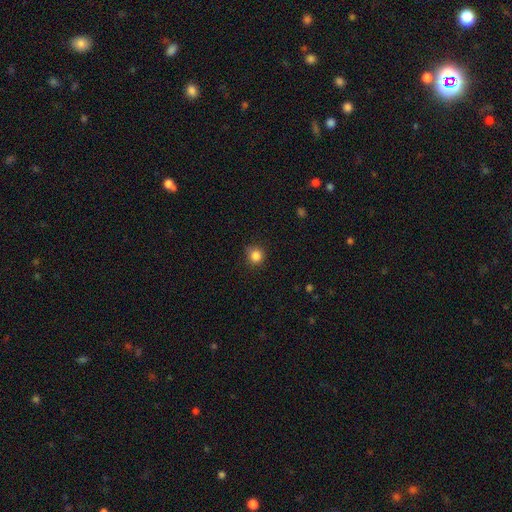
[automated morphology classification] smooth-or-featured: smooth: 85% | star or artifact: 11% | featured or disk: 4%
  how-rounded: round: 91% | in between: 8% | cigar-shaped: 1%
  merging: none: 82% | minor disturbance: 14% | major disturbance: 3% | merger: 1%